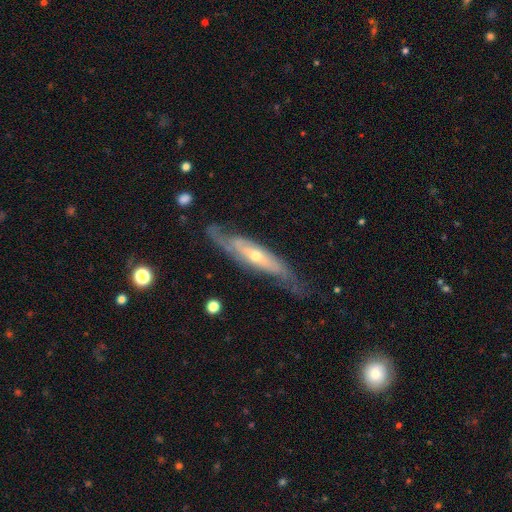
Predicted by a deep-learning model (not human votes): The model was most divided on "edge-on disk": no: 58%, yes: 42%. More confident: smooth or featured — featured or disk (80%); merging — none (68%).